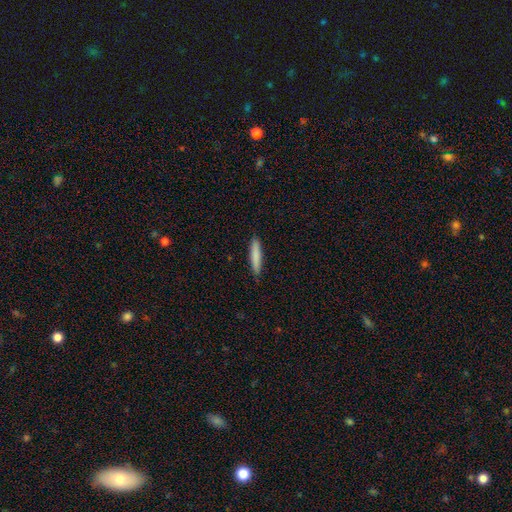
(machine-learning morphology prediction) A smooth galaxy with no disk features (82%) that is cigar-shaped (90%).

Vote fractions:
- Smooth or featured? smooth: 82% / featured or disk: 12% / star or artifact: 6%
- How rounded? cigar-shaped: 90% / in between: 9% / round: 1%
- Merging? none: 89% / minor disturbance: 8% / major disturbance: 2% / merger: 1%